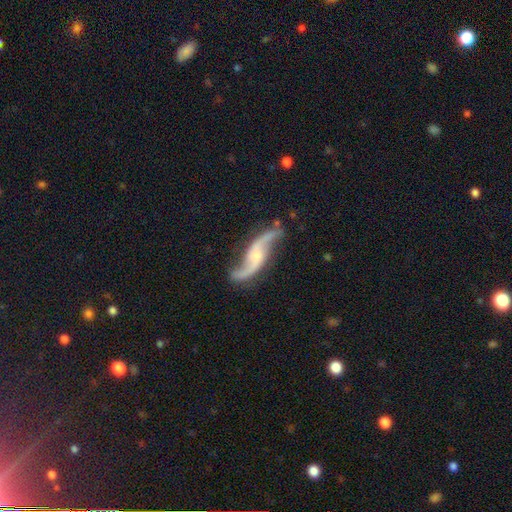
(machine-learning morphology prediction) Smooth or featured? Predicted: featured or disk (p=0.89). Edge-on disk? Predicted: no (p=0.92). Bar? Predicted: no (p=0.52). Spiral arms? Predicted: yes (p=0.97). Spiral winding? Predicted: loose (p=0.84). Spiral arm count? Predicted: 2 (p=0.94). Bulge size? Predicted: small (p=0.51). Merging? Predicted: none (p=0.75).